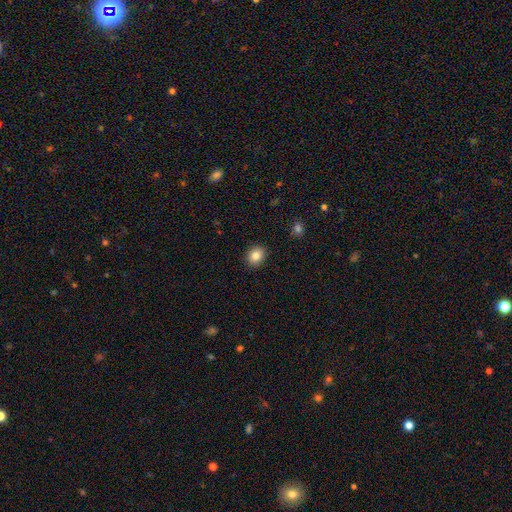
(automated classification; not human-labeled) This appears to be a smooth galaxy with no disk features (83%) that is round (59%). Merging: none (90%).